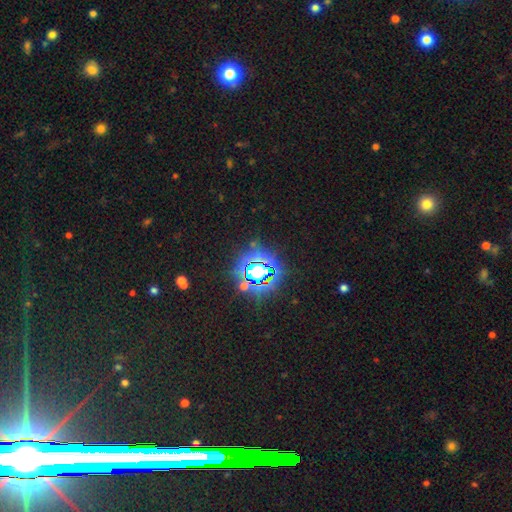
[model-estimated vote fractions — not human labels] Smooth or featured?
  - star or artifact: 82% *
  - smooth: 11%
  - featured or disk: 7%